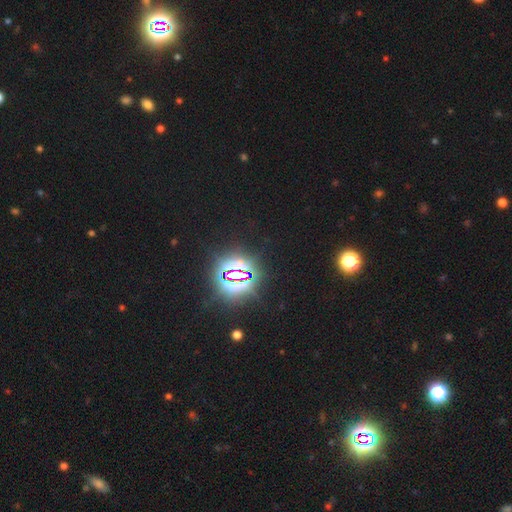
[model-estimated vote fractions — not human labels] Smooth or featured?
  - star or artifact: 85% *
  - smooth: 9%
  - featured or disk: 6%